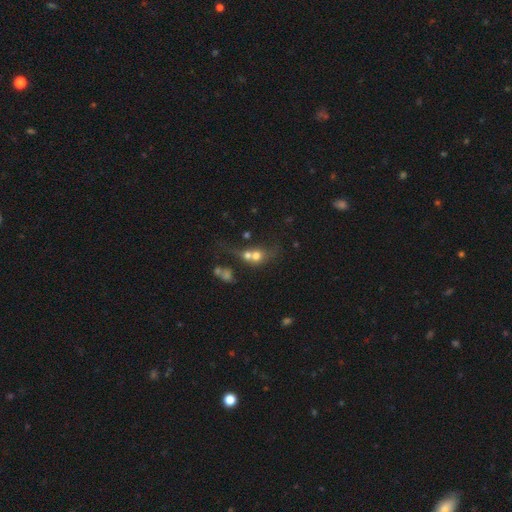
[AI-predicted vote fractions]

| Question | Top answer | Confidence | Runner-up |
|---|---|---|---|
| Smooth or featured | smooth | 57% | featured or disk (26%) |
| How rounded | round | 66% | in between (30%) |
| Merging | merger | 63% | none (21%) |